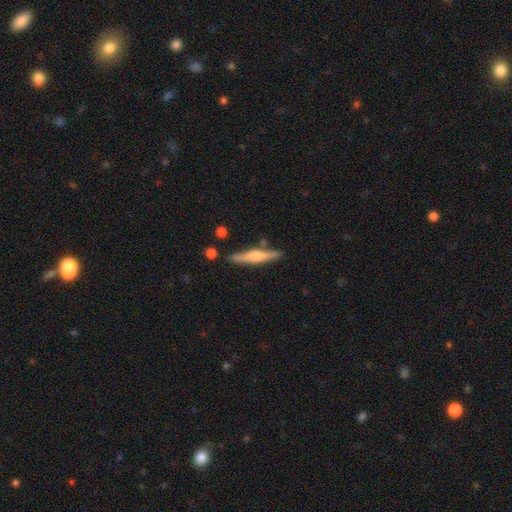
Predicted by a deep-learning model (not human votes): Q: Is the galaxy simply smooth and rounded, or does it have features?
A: featured or disk — 58%.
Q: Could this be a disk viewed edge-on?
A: yes — 96%.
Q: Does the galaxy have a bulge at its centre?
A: rounded — 76%.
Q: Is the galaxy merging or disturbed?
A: none — 84%.